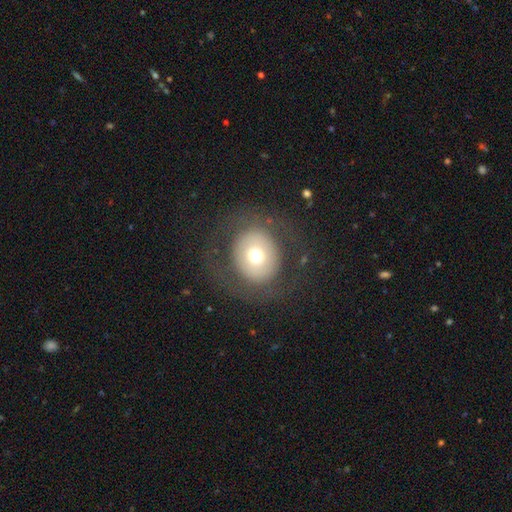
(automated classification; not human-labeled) Overall: smooth (59%; featured or disk 30%). How rounded: round (79%). Merging: none (75%).